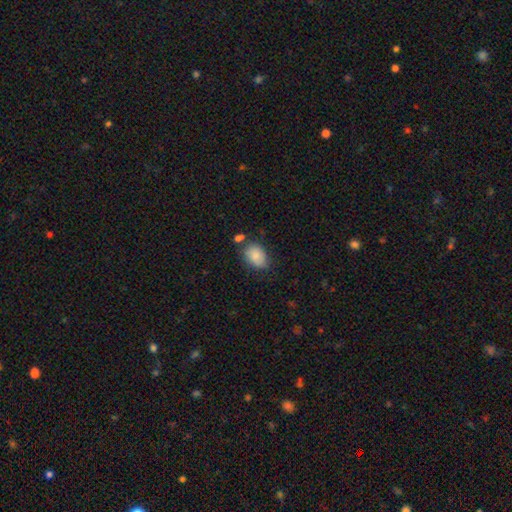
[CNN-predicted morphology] A smooth galaxy with no disk features (85%) that is in between round and cigar-shaped (78%). Merging: none (66%).